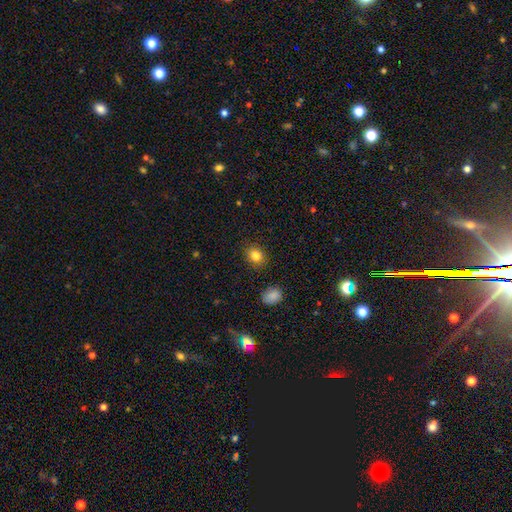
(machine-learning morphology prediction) Q: Smooth or featured?
A: smooth (82%); runner-up: star or artifact (11%)
Q: How rounded?
A: round (58%); runner-up: in between (41%)
Q: Merging?
A: none (89%); runner-up: minor disturbance (8%)